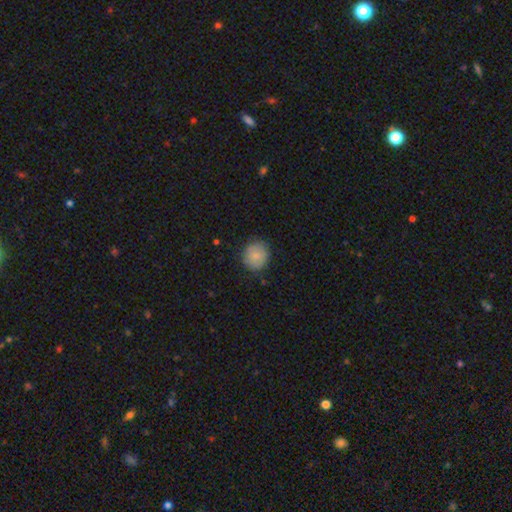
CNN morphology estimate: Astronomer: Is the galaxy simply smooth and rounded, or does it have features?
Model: smooth — 84%.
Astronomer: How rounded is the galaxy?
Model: round — 82%.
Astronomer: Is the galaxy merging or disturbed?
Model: none — 83%.